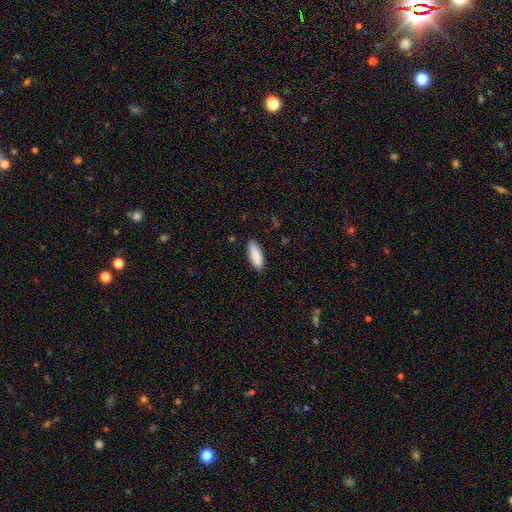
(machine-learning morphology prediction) Q: Smooth or featured?
A: smooth (89%); runner-up: star or artifact (6%)
Q: How rounded?
A: in between (69%); runner-up: cigar-shaped (29%)
Q: Merging?
A: none (86%); runner-up: minor disturbance (11%)